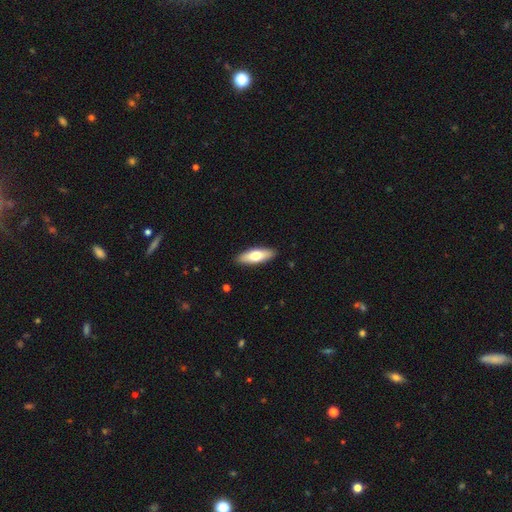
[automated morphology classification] type=smooth (68%); roundness=in between (62%); merging=none (90%).